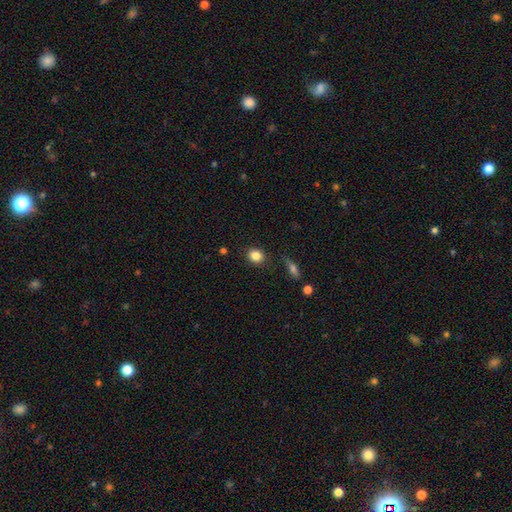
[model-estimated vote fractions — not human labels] This is clearly a smooth galaxy (84%). How rounded: possibly round (59%). Merging: clearly none (85%).